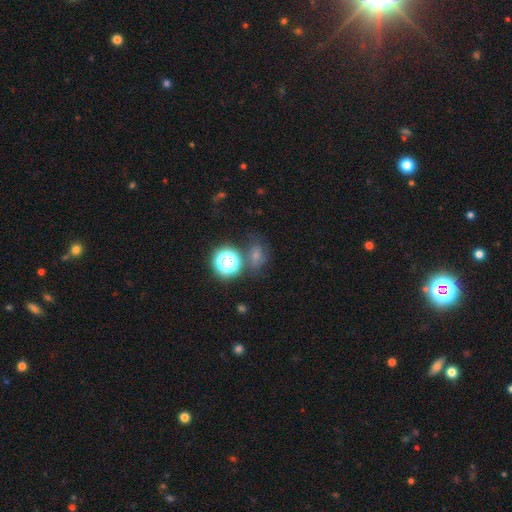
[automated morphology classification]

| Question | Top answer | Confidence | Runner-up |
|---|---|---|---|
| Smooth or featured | smooth | 54% | star or artifact (31%) |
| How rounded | round | 52% | in between (47%) |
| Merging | none | 58% | minor disturbance (19%) |